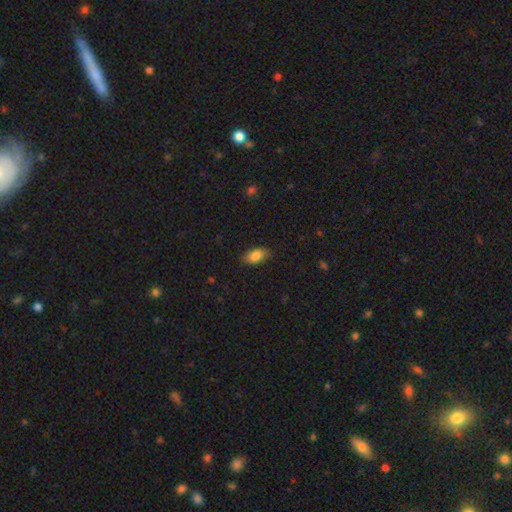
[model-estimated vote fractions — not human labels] Smooth or featured?
  - smooth: 85% *
  - star or artifact: 8%
  - featured or disk: 8%
How rounded?
  - in between: 90% *
  - round: 5%
  - cigar-shaped: 5%
Merging?
  - none: 81% *
  - minor disturbance: 15%
  - major disturbance: 3%
  - merger: 1%